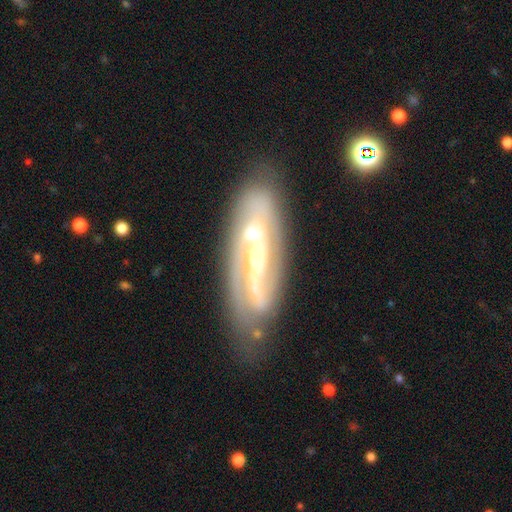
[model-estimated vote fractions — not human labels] A featured or disk galaxy (84%) with a strong bar (45%), 2 (72%) medium (42%) spiral arms (92%) and a small central bulge (56%).

Vote fractions:
- Smooth or featured? featured or disk: 84% / smooth: 9% / star or artifact: 6%
- Edge-on disk? no: 88% / yes: 12%
- Bar? strong: 45% / weak: 30% / no: 25%
- Spiral arms? yes: 92% / no: 8%
- Spiral winding? medium: 42% / tight: 38% / loose: 20%
- Spiral arm count? 2: 72% / can't tell: 14% / 1: 6% / 3: 5% / 4: 2% / more than 4: 2%
- Bulge size? small: 56% / moderate: 34% / none: 4% / large: 4% / dominant: 1%
- Merging? none: 69% / minor disturbance: 18% / major disturbance: 8% / merger: 4%